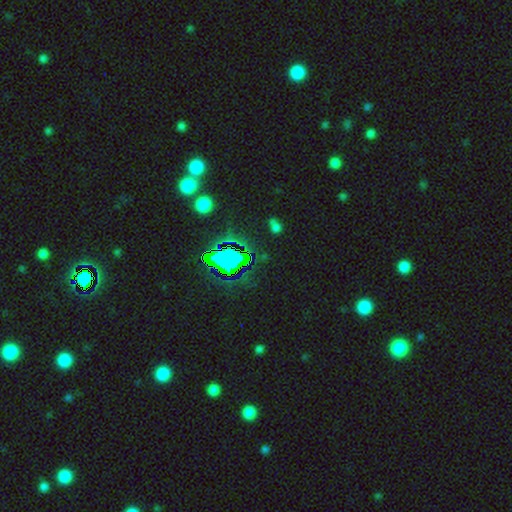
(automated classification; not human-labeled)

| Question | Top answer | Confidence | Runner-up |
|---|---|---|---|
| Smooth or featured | star or artifact | 75% | smooth (16%) |